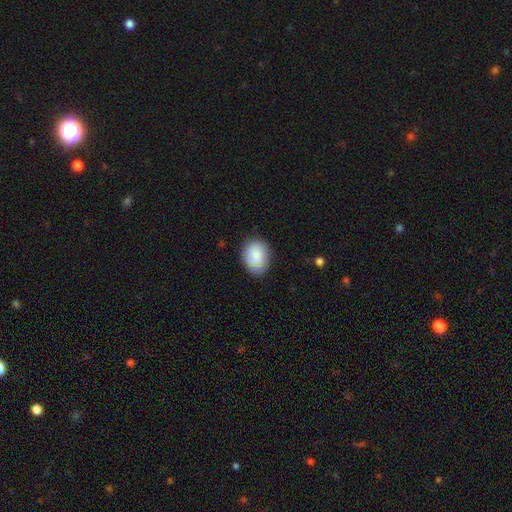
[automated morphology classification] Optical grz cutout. It shows a smooth galaxy with no disk features (80%) that is in between round and cigar-shaped (57%). Merging: none (75%).